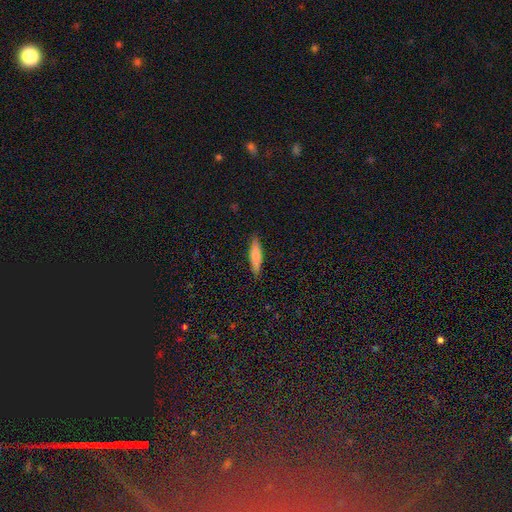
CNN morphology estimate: smooth_or_featured: smooth (p=0.68) [alt: featured or disk p=0.25]
how_rounded: cigar-shaped (p=0.79) [alt: in between p=0.19]
merging: none (p=0.89) [alt: minor disturbance p=0.08]